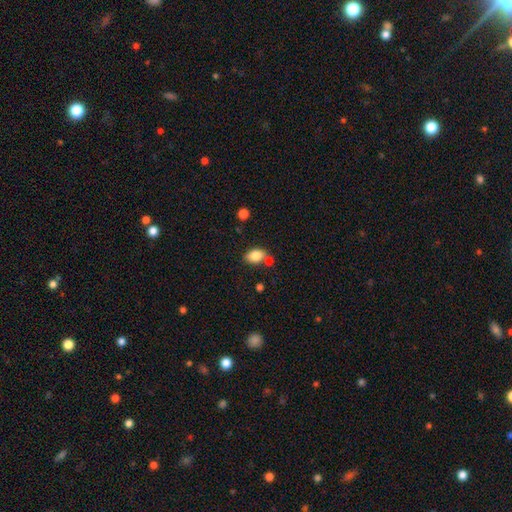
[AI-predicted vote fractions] This is clearly a smooth galaxy (83%). How rounded: clearly in between (81%). Merging: likely none (62%).